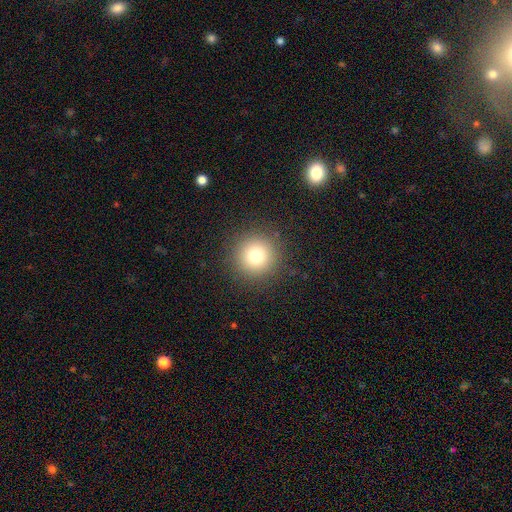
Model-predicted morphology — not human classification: This appears to be a smooth galaxy with no disk features (76%) that is round (96%). Merging: none (90%).